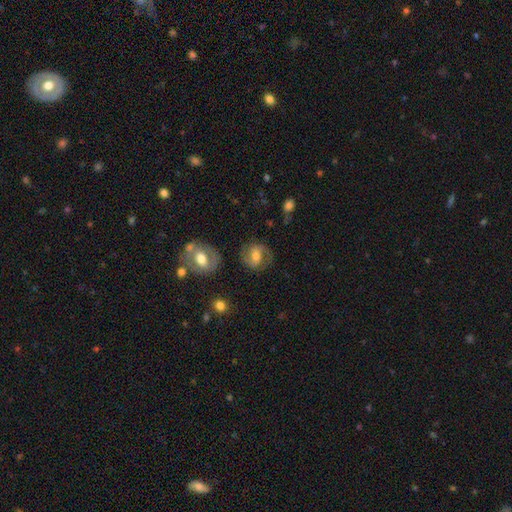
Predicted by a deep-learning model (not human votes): Overall: featured or disk (75%). Edge-on disk: no (97%). Bar: weak (46%; no 31%). Spiral arms: yes (93%). Spiral arm count: 2 (91%). Spiral winding: medium (57%; tight 26%). Bulge size: moderate (64%). Merging: none (78%).